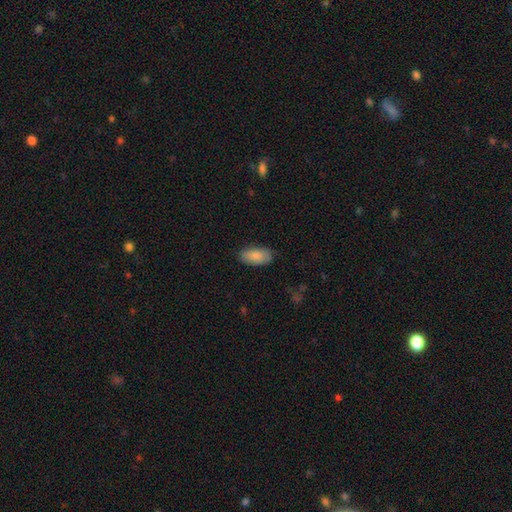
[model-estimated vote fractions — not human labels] A smooth galaxy with no disk features (86%) that is in between round and cigar-shaped (93%).

Vote fractions:
- Smooth or featured? smooth: 86% / featured or disk: 8% / star or artifact: 6%
- How rounded? in between: 93% / cigar-shaped: 4% / round: 3%
- Merging? none: 80% / minor disturbance: 16% / major disturbance: 3% / merger: 1%